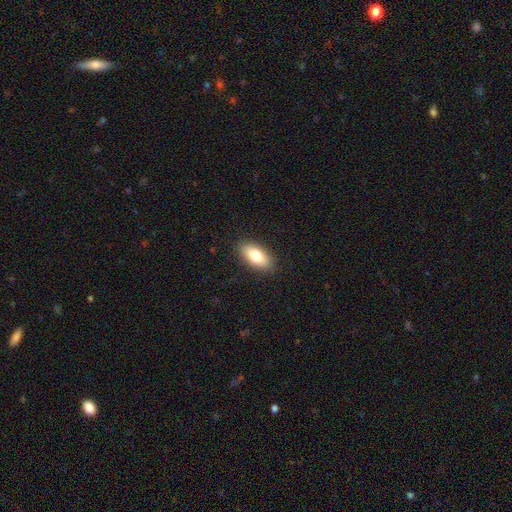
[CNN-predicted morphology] Overall: smooth (78%). How rounded: in between (86%). Merging: none (89%).